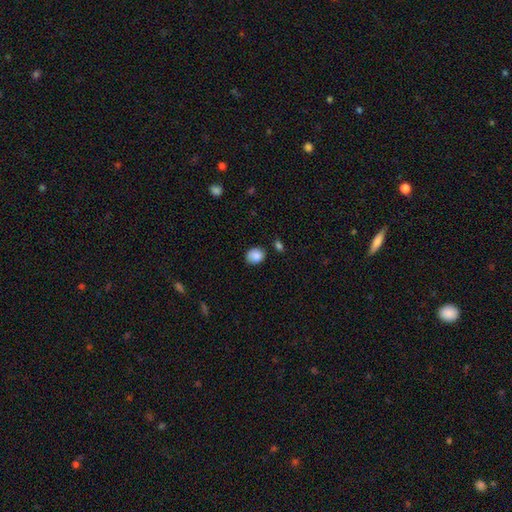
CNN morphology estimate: Overall: smooth (86%). How rounded: round (59%; in between 40%). Merging: none (79%).